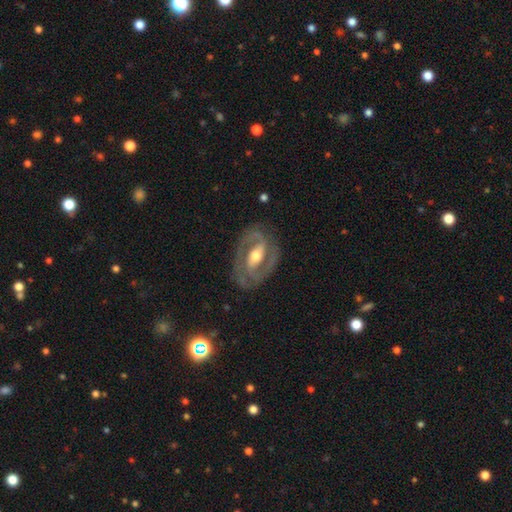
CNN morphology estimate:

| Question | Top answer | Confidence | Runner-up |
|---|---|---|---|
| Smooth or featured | featured or disk | 87% | smooth (9%) |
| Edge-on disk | no | 96% | yes (4%) |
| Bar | strong | 45% | weak (35%) |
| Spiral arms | yes | 90% | no (10%) |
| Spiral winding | medium | 48% | tight (40%) |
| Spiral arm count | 2 | 89% | can't tell (5%) |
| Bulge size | moderate | 70% | small (17%) |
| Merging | none | 79% | minor disturbance (14%) |